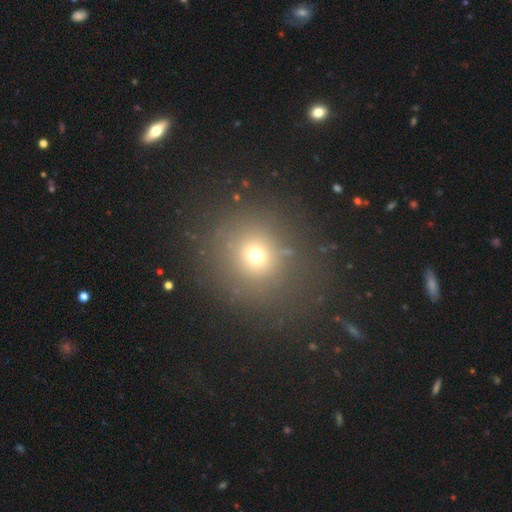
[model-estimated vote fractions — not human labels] This appears to be a smooth galaxy with no disk features (67%) that is round (87%). Merging: none (80%).